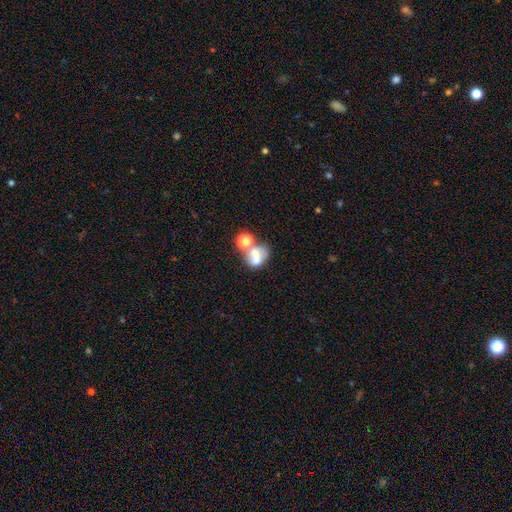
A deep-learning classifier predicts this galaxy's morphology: A smooth galaxy with no disk features (55%) that is in between round and cigar-shaped (51%). Merging: merger (58%).